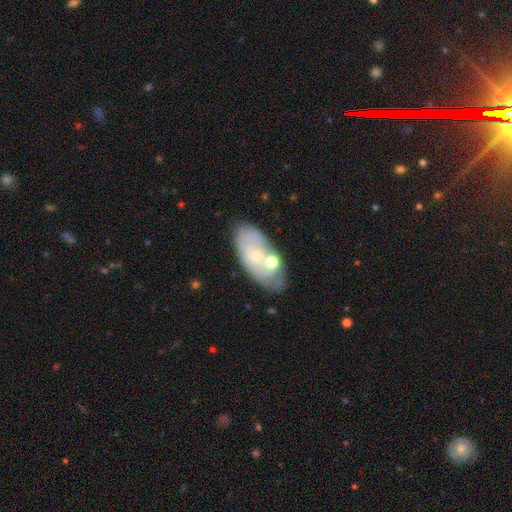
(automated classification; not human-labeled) This is possibly a featured or disk galaxy (46%, tied with smooth). Merging: likely none (61%).